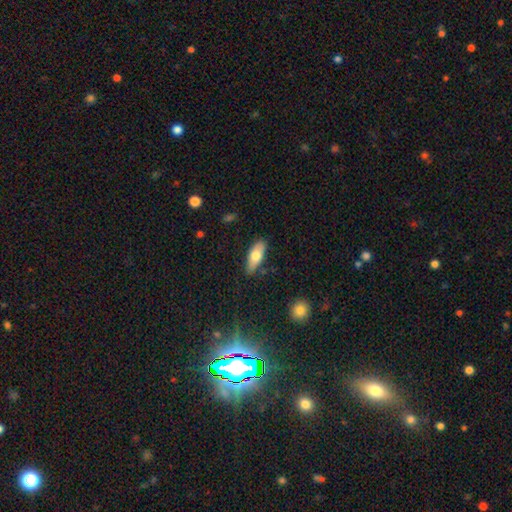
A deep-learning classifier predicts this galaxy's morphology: This is likely a smooth galaxy (70%). How rounded: likely in between (74%). Merging: clearly none (82%).